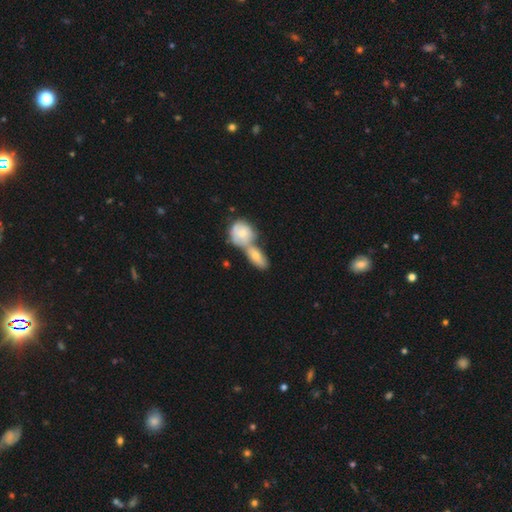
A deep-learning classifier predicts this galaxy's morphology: Smooth or featured?
  - smooth: 66% *
  - featured or disk: 27%
  - star or artifact: 7%
How rounded?
  - in between: 75% *
  - cigar-shaped: 13%
  - round: 11%
Merging?
  - merger: 60% *
  - none: 29%
  - minor disturbance: 8%
  - major disturbance: 3%